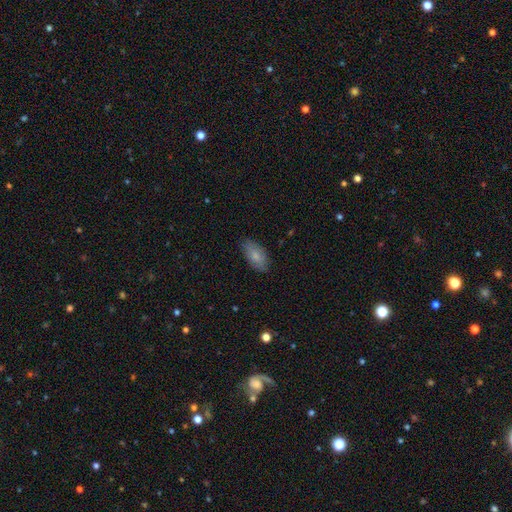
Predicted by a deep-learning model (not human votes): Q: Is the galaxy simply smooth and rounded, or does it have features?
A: smooth — 78%.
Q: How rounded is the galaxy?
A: in between — 92%.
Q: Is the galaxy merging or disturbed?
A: none — 78%.